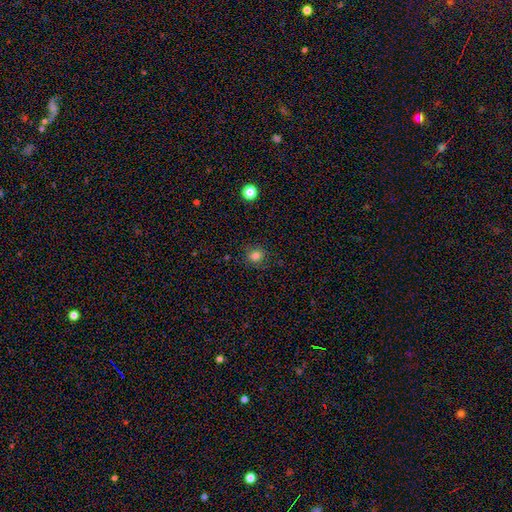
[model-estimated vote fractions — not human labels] Smooth or featured?
  - smooth: 82% *
  - star or artifact: 13%
  - featured or disk: 5%
How rounded?
  - round: 83% *
  - in between: 17%
  - cigar-shaped: 1%
Merging?
  - none: 86% *
  - minor disturbance: 9%
  - major disturbance: 3%
  - merger: 1%